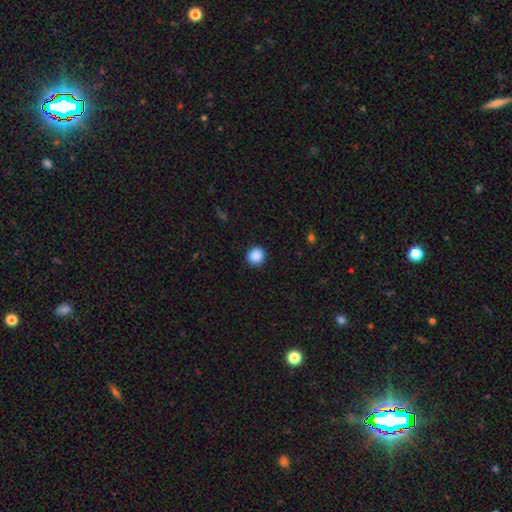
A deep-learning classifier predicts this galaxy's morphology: This appears to be a smooth galaxy with no disk features (88%) that is round (92%). Merging: none (90%).